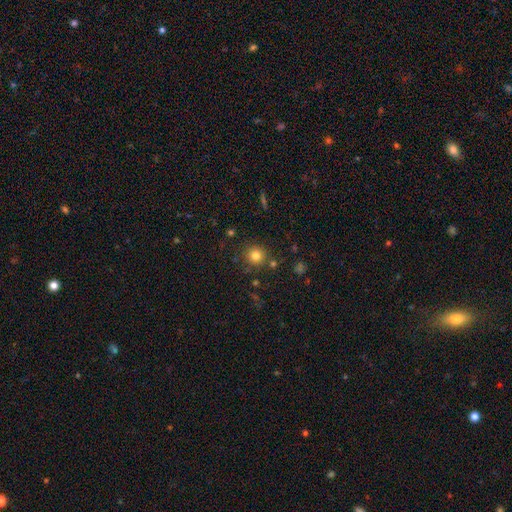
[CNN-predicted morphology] smooth-or-featured: smooth: 81% | star or artifact: 13% | featured or disk: 6%
  how-rounded: round: 93% | in between: 6% | cigar-shaped: 1%
  merging: none: 84% | minor disturbance: 8% | merger: 5% | major disturbance: 3%